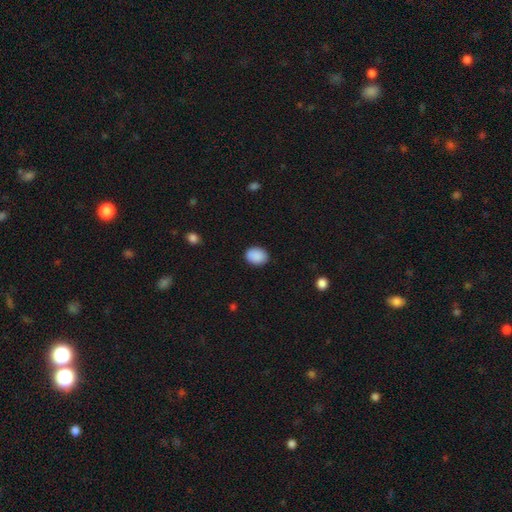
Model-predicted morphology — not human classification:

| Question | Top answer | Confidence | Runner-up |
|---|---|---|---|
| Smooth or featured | smooth | 90% | star or artifact (7%) |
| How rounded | in between | 62% | round (37%) |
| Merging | none | 88% | minor disturbance (9%) |